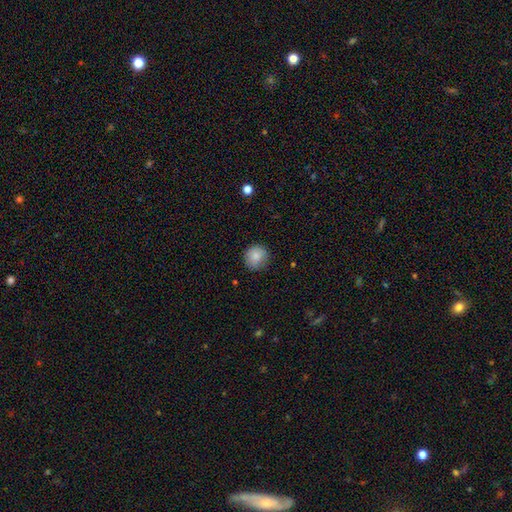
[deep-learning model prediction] Smooth or featured? Predicted: smooth (p=0.85). How rounded? Predicted: round (p=0.92). Merging? Predicted: none (p=0.84).